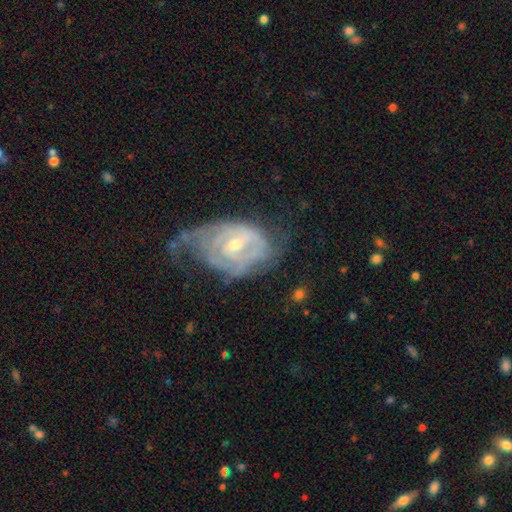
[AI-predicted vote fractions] featured or disk 81%, smooth 12%, star or artifact 7%. Down the decision tree: edge-on disk — no (96%); bar — weak (48%); spiral arms — yes (86%); spiral arm count — can't tell (42%); spiral winding — tight (60%); bulge size — small (51%); merging — none (38%).